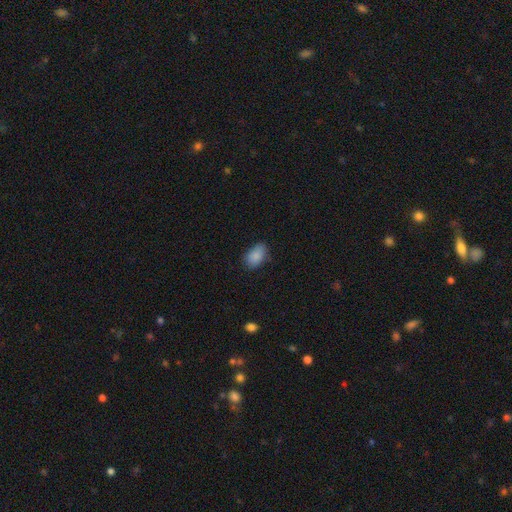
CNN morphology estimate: type=smooth (88%); roundness=in between (90%); merging=none (73%).